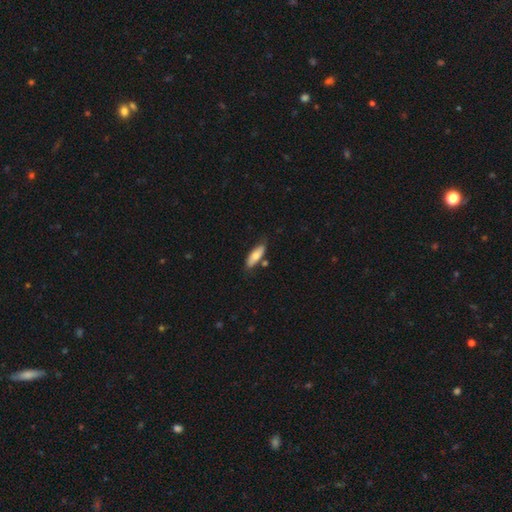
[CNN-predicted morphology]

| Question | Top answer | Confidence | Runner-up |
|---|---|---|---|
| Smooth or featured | smooth | 73% | featured or disk (21%) |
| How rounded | in between | 62% | cigar-shaped (36%) |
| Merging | none | 73% | minor disturbance (17%) |